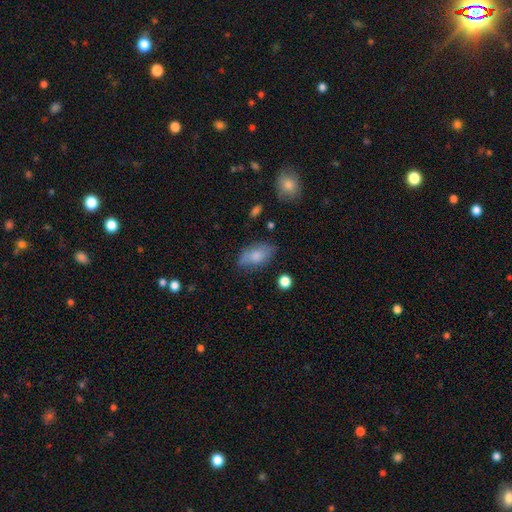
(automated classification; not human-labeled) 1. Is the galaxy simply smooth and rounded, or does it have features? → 76% smooth, 16% featured or disk, 7% star or artifact.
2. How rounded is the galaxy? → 92% in between, 5% round, 3% cigar-shaped.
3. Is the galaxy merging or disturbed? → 68% none, 24% minor disturbance, 6% major disturbance, 2% merger.